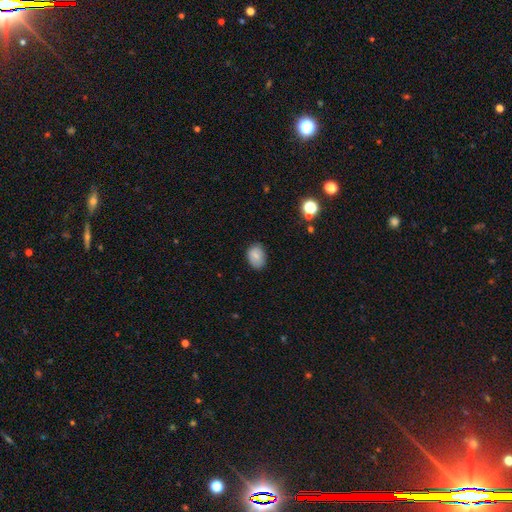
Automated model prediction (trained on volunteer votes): smooth-or-featured: smooth: 77% | featured or disk: 14% | star or artifact: 9%
  how-rounded: in between: 77% | round: 22% | cigar-shaped: 1%
  merging: none: 77% | minor disturbance: 18% | major disturbance: 4% | merger: 1%